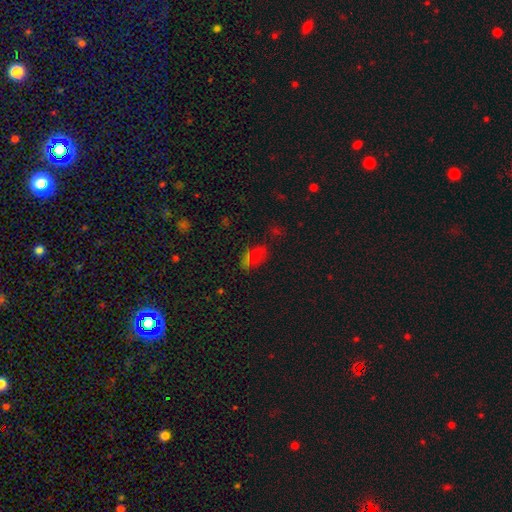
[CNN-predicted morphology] The model was most divided on "smooth or featured": smooth: 52%, star or artifact: 39%, featured or disk: 9%. More confident: how rounded — in between (83%); merging — none (68%).